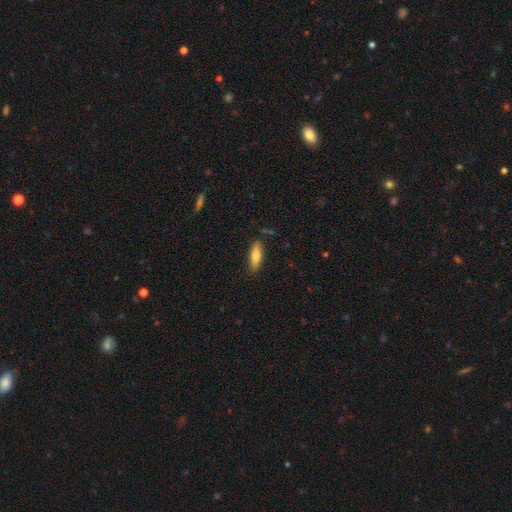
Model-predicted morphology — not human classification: smooth_or_featured: smooth (p=0.81) [alt: featured or disk p=0.13]
how_rounded: in between (p=0.56) [alt: cigar-shaped p=0.43]
merging: none (p=0.84) [alt: minor disturbance p=0.11]